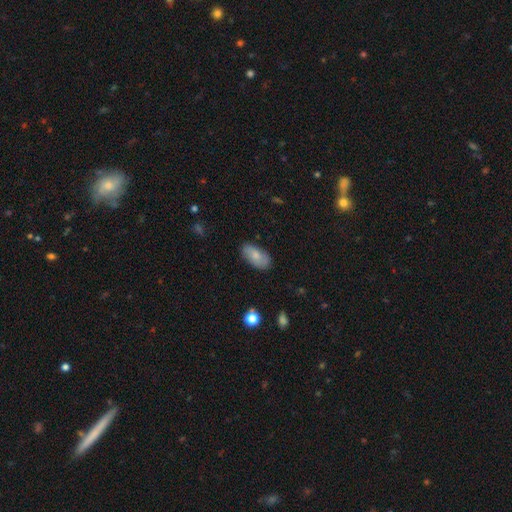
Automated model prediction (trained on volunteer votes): smooth-or-featured: smooth: 76% | featured or disk: 17% | star or artifact: 7%
  how-rounded: in between: 93% | cigar-shaped: 4% | round: 3%
  merging: none: 81% | minor disturbance: 15% | major disturbance: 3% | merger: 1%